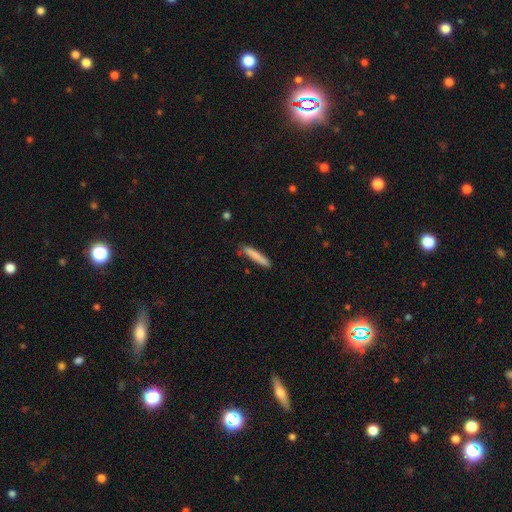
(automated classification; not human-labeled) A smooth galaxy with no disk features (82%) that is cigar-shaped (93%).

Vote fractions:
- Smooth or featured? smooth: 82% / featured or disk: 12% / star or artifact: 6%
- How rounded? cigar-shaped: 93% / in between: 6% / round: 1%
- Merging? none: 82% / minor disturbance: 13% / major disturbance: 2% / merger: 2%